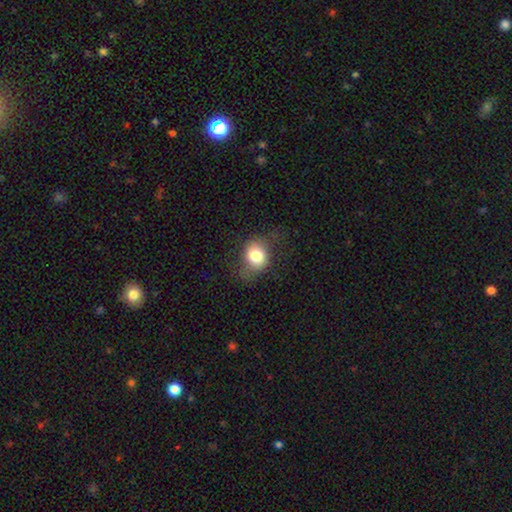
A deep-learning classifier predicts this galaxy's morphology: Smooth or featured? Predicted: smooth (p=0.76). How rounded? Predicted: round (p=0.58). Merging? Predicted: none (p=0.62).